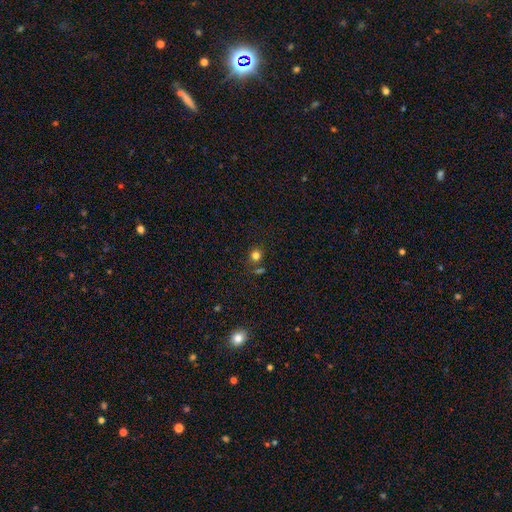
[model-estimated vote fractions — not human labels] Morphology: type=smooth (78%); roundness=round (84%); merging=none (77%).